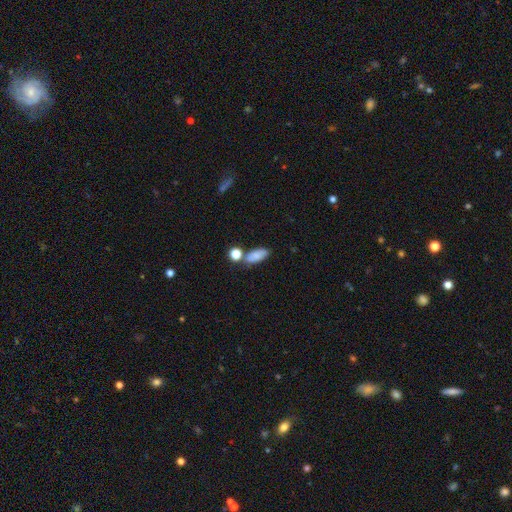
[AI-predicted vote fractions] This appears to be a smooth galaxy with no disk features (79%) that is in between round and cigar-shaped (83%). Merging: none (62%).